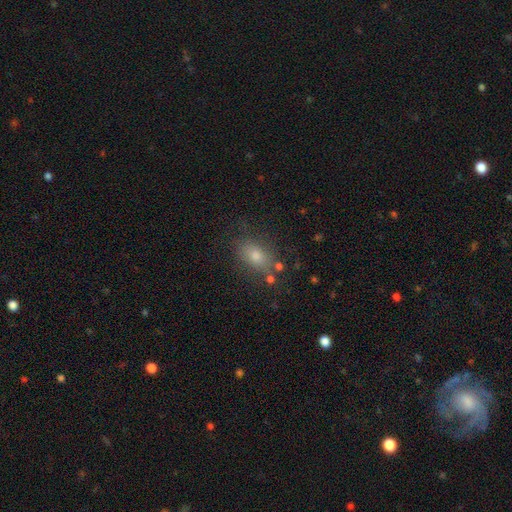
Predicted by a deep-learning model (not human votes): Overall: smooth (70%). How rounded: in between (73%). Merging: none (75%).